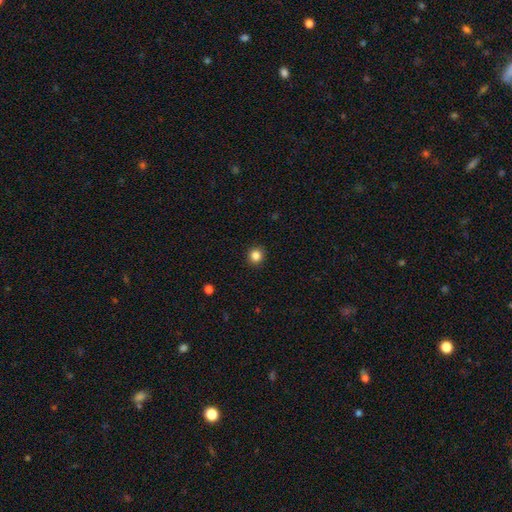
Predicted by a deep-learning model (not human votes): Morphology: type=smooth (84%); roundness=round (93%); merging=none (93%).